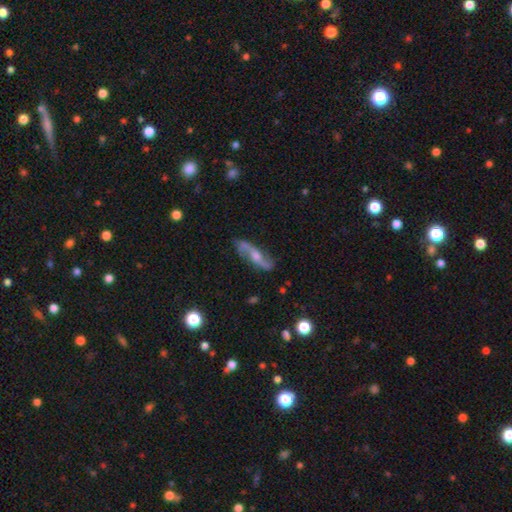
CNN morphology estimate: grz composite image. It shows a featured or disk galaxy (80%) with no bar (47%), 2 (92%) loose (65%) spiral arms (94%) and a moderate central bulge (55%). Merging: none (81%).